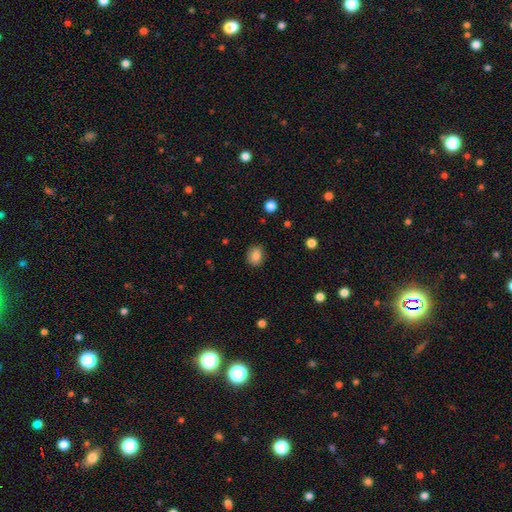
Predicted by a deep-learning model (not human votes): A smooth galaxy with no disk features (84%) that is round (60%). Merging: none (87%).